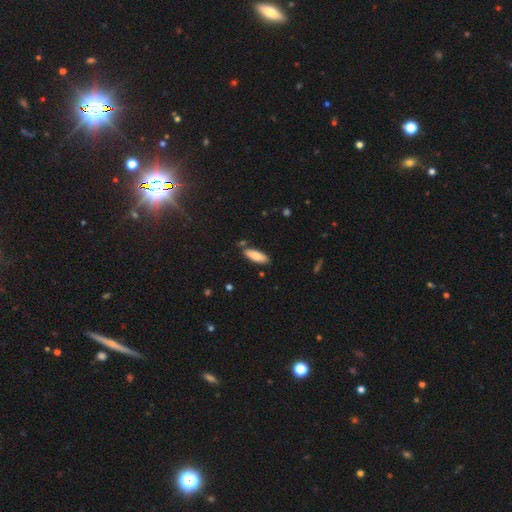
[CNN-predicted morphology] type=smooth (82%); roundness=in between (57%); merging=none (80%).